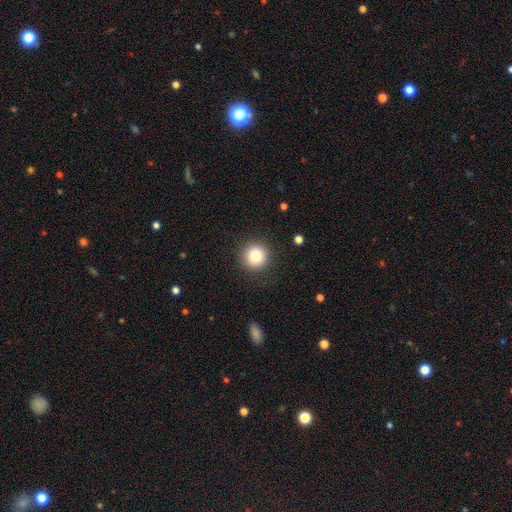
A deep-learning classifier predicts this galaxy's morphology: smooth_or_featured: smooth (p=0.84) [alt: star or artifact p=0.10]
how_rounded: round (p=0.95) [alt: in between p=0.04]
merging: none (p=0.89) [alt: minor disturbance p=0.07]